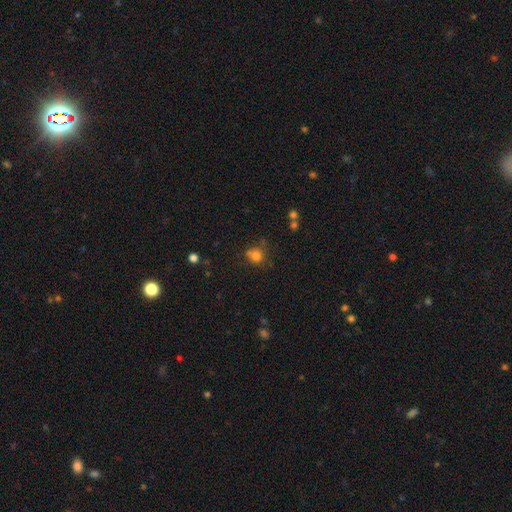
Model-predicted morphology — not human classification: Smooth or featured?
  - smooth: 79% *
  - star or artifact: 13%
  - featured or disk: 8%
How rounded?
  - round: 77% *
  - in between: 22%
  - cigar-shaped: 1%
Merging?
  - none: 61% *
  - minor disturbance: 22%
  - merger: 10%
  - major disturbance: 8%